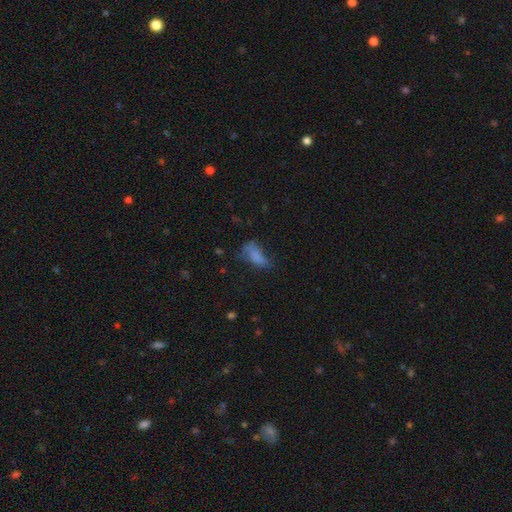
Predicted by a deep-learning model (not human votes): This is likely a smooth galaxy (65%). How rounded: clearly in between (81%). Merging: marginally major disturbance (34%).